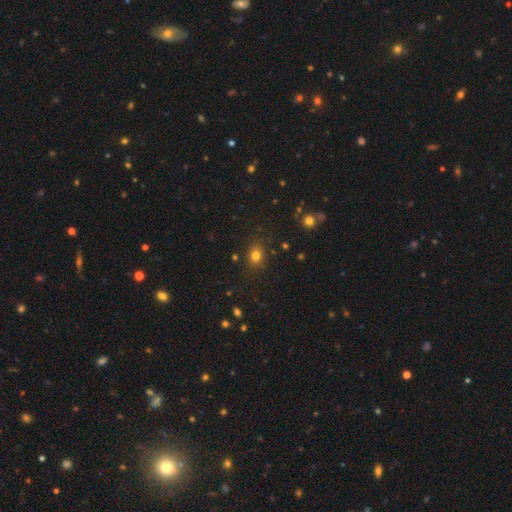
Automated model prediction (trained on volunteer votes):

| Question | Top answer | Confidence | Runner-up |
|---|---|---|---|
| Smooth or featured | smooth | 78% | star or artifact (15%) |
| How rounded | round | 51% | in between (48%) |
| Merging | none | 84% | minor disturbance (11%) |